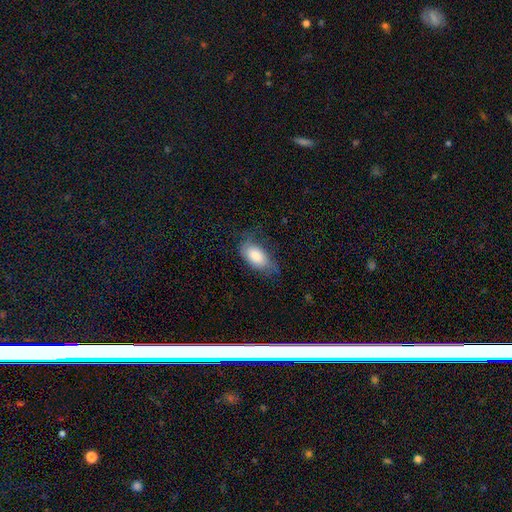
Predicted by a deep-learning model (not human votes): This appears to be a smooth galaxy with no disk features (78%) that is in between round and cigar-shaped (92%). Merging: none (51%).